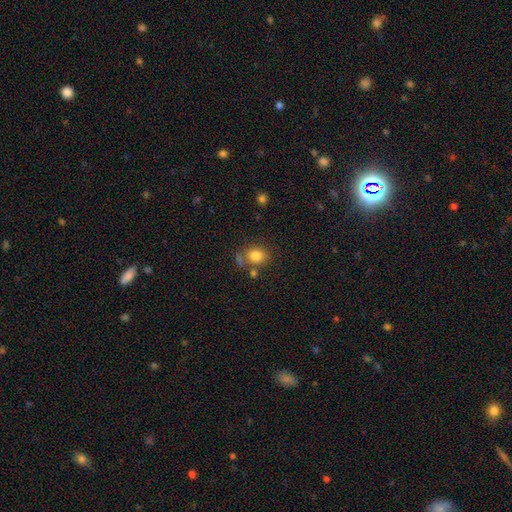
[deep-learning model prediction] A smooth galaxy with no disk features (82%) that is round (59%). Merging: none (65%).